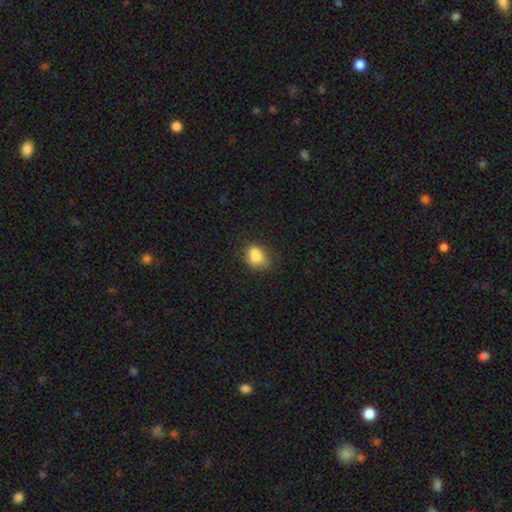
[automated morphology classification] A smooth galaxy with no disk features (82%) that is in between round and cigar-shaped (61%). Merging: none (55%).